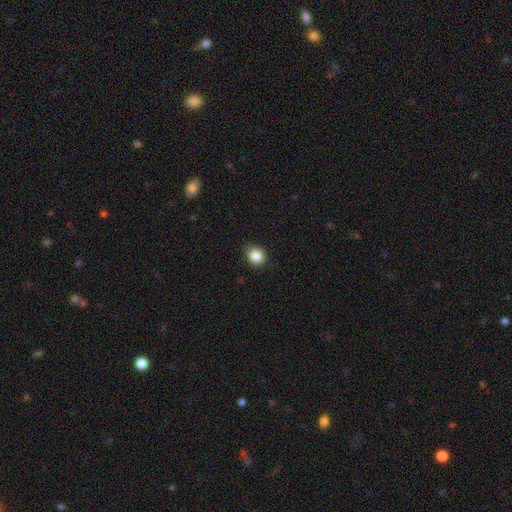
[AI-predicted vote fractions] Smooth or featured: smooth — 85% (star or artifact — 10%)
How rounded: round — 78% (in between — 21%)
Merging: none — 79% (minor disturbance — 17%)